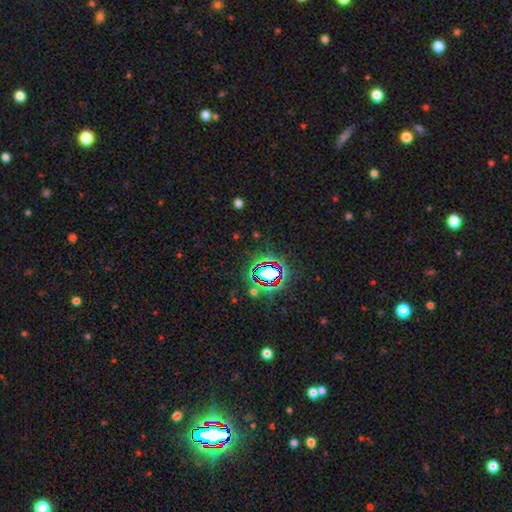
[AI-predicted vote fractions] The model was most divided on "smooth or featured": star or artifact: 81%, smooth: 10%, featured or disk: 9%.